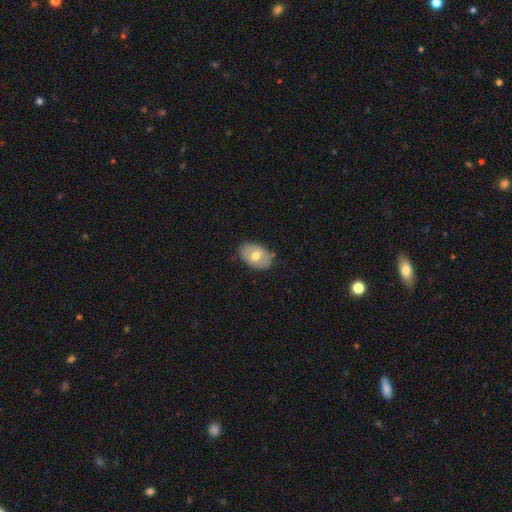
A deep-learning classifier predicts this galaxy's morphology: A smooth galaxy with no disk features (60%) that is in between round and cigar-shaped (85%).

Vote fractions:
- Smooth or featured? smooth: 60% / featured or disk: 33% / star or artifact: 6%
- How rounded? in between: 85% / round: 13% / cigar-shaped: 1%
- Merging? none: 82% / minor disturbance: 14% / major disturbance: 3% / merger: 1%